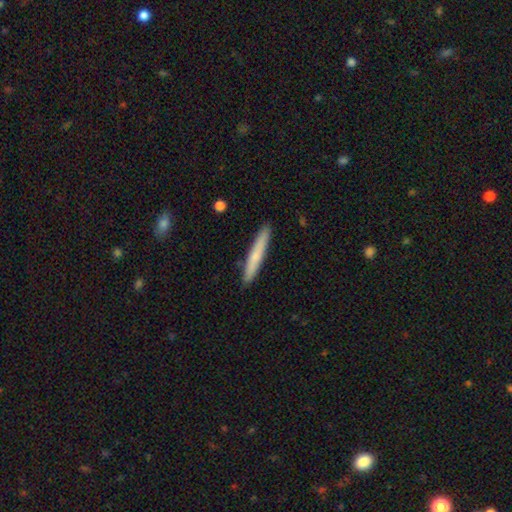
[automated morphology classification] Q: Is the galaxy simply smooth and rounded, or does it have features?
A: smooth — 64%.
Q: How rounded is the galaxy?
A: cigar-shaped — 95%.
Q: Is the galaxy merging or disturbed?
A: none — 91%.